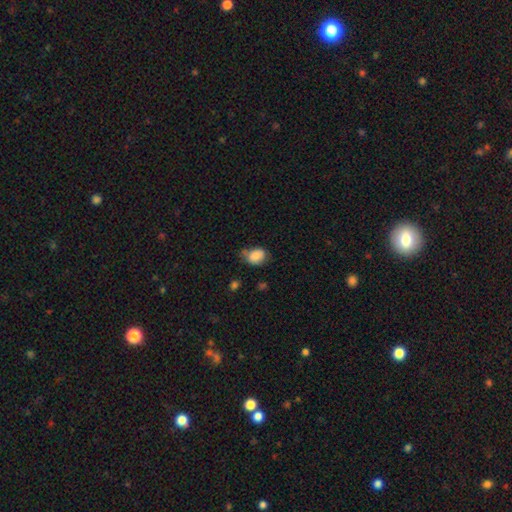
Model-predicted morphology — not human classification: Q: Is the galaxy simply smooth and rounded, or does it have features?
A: smooth — 85%.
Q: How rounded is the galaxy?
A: in between — 65%.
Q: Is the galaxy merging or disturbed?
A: none — 53%.